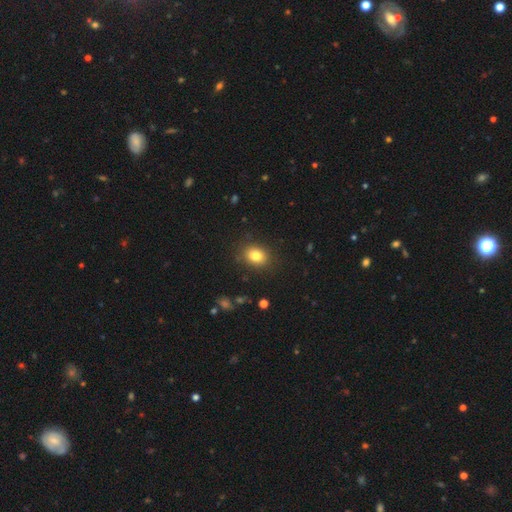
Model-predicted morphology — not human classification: Smooth or featured?
  - smooth: 82% *
  - star or artifact: 11%
  - featured or disk: 7%
How rounded?
  - in between: 55% *
  - round: 44%
  - cigar-shaped: 1%
Merging?
  - none: 87% *
  - minor disturbance: 9%
  - major disturbance: 3%
  - merger: 1%